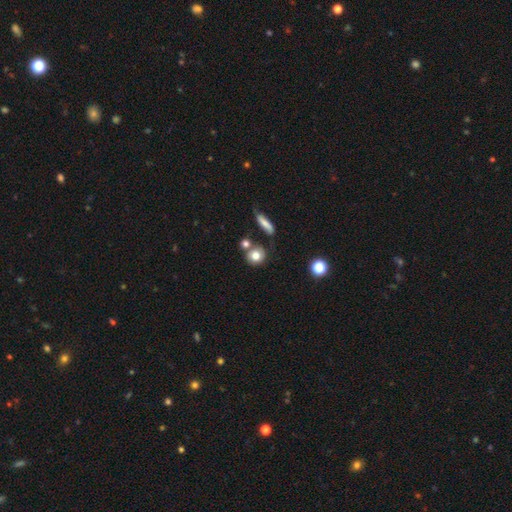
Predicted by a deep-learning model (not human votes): Smooth or featured: smooth — 77% (featured or disk — 13%)
How rounded: round — 80% (in between — 18%)
Merging: none — 62% (merger — 20%)